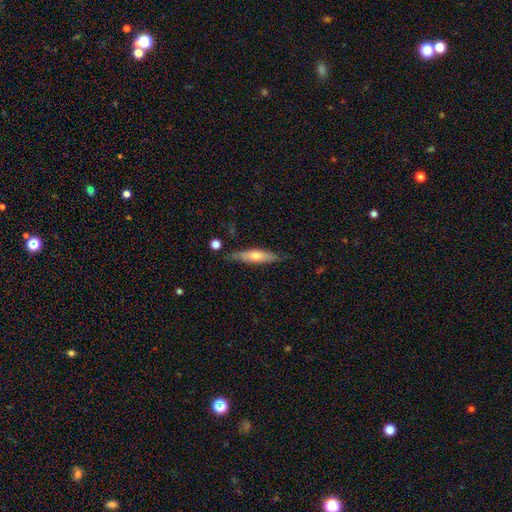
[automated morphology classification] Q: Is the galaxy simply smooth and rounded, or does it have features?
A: smooth — 56%.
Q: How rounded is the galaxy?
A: cigar-shaped — 74%.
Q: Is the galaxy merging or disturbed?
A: none — 77%.